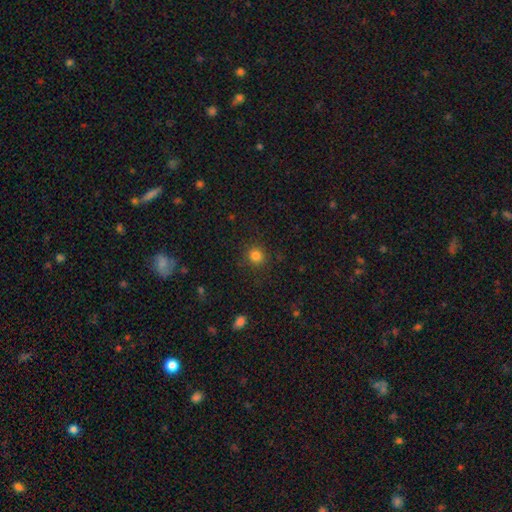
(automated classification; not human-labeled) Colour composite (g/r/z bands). It shows a smooth galaxy with no disk features (83%) that is round (92%). Merging: none (88%).